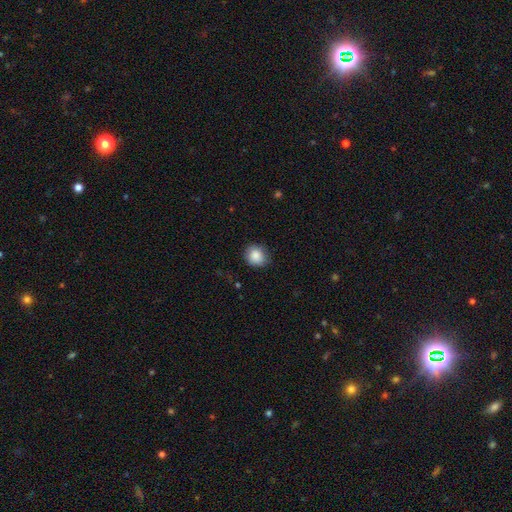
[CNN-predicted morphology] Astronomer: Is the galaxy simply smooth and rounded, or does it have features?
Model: smooth — 86%.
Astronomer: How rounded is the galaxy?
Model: round — 74%.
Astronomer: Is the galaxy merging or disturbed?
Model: none — 81%.